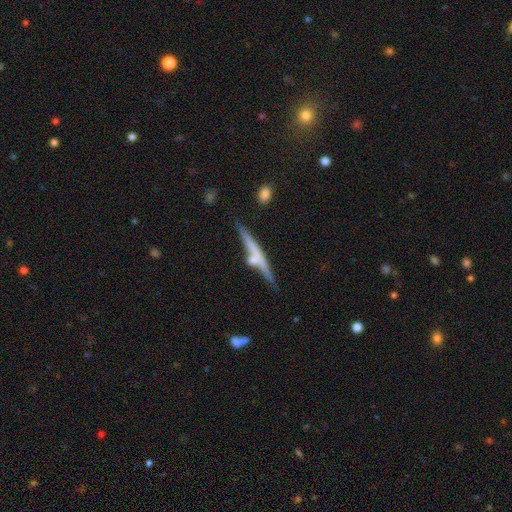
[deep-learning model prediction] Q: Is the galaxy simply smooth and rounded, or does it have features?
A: featured or disk — 62%.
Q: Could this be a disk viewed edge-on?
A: yes — 95%.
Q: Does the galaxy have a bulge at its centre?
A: rounded — 55%.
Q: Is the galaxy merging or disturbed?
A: none — 70%.